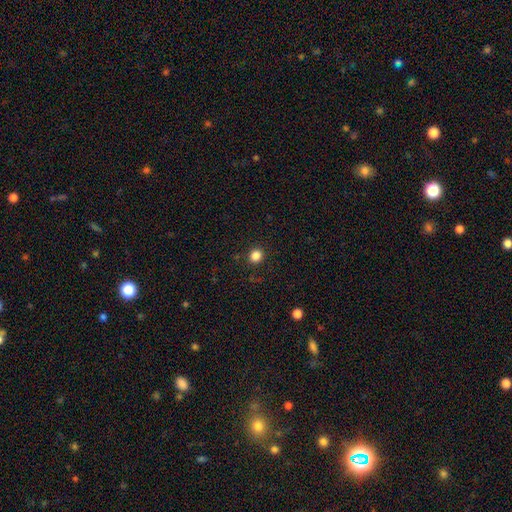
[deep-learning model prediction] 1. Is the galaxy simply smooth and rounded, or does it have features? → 84% smooth, 12% star or artifact, 4% featured or disk.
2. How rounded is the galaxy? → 85% round, 14% in between, 1% cigar-shaped.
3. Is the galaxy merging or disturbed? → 90% none, 6% minor disturbance, 2% major disturbance, 1% merger.